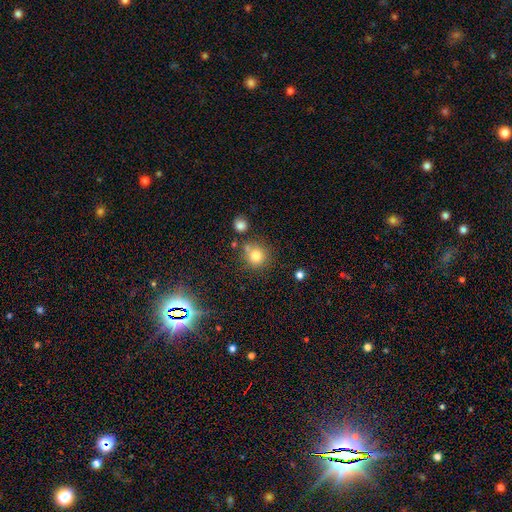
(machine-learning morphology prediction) smooth 77%, star or artifact 14%, featured or disk 9%. Down the decision tree: how rounded — round (90%); merging — none (70%).